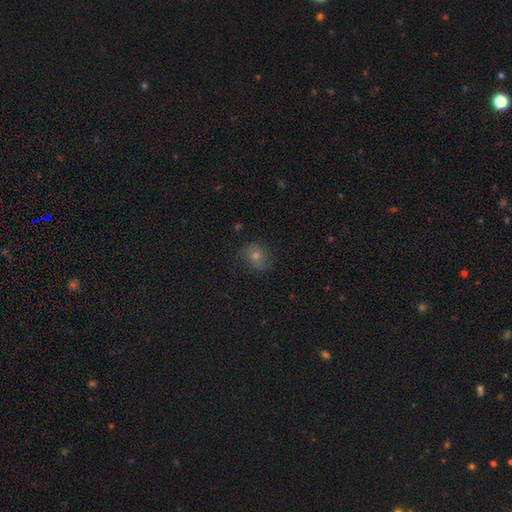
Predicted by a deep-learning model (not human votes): A smooth galaxy with no disk features (47%).

Vote fractions:
- Smooth or featured? smooth: 47% / featured or disk: 29% / star or artifact: 24%
- Merging? none: 75% / minor disturbance: 17% / major disturbance: 7% / merger: 1%